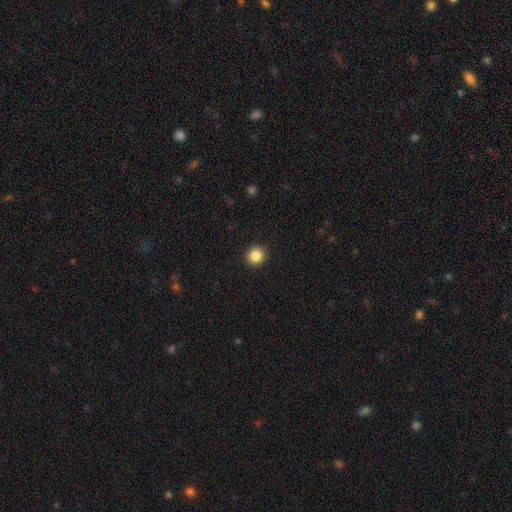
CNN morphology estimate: Smooth or featured: smooth — 87% (star or artifact — 10%)
How rounded: round — 93% (in between — 6%)
Merging: none — 93% (minor disturbance — 4%)